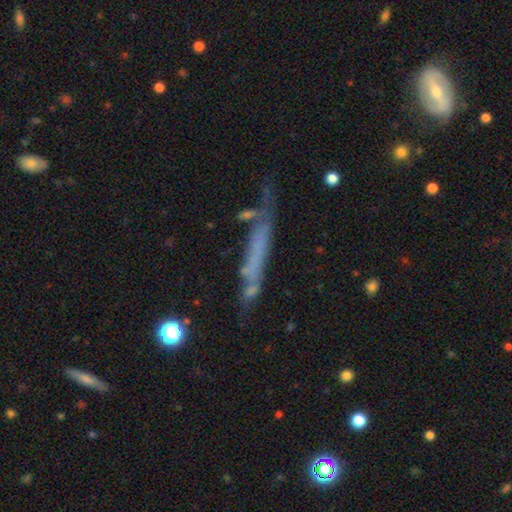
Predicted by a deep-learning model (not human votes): This is possibly a featured or disk galaxy (46%). Merging: likely none (61%).